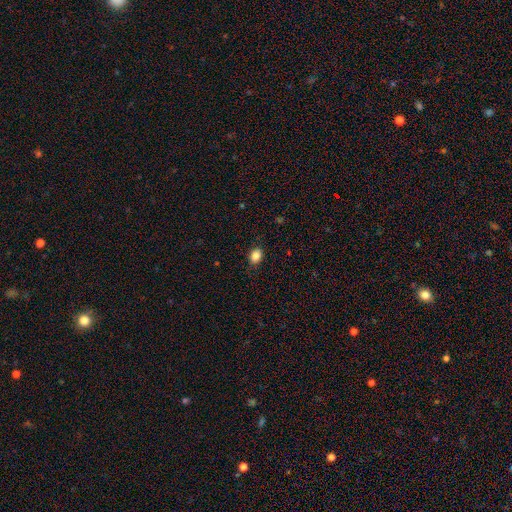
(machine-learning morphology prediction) A smooth galaxy with no disk features (85%) that is in between round and cigar-shaped (62%). Merging: none (84%).